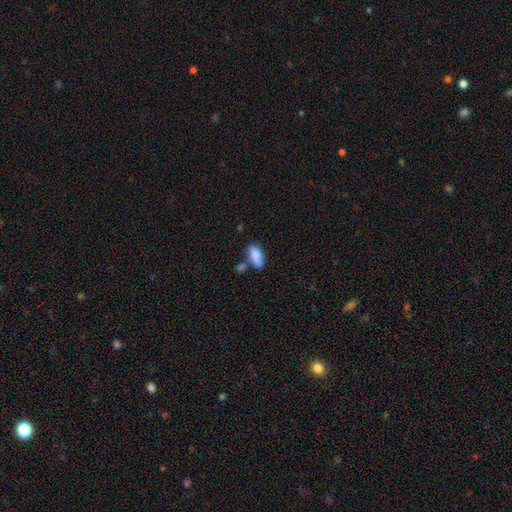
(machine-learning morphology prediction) A smooth galaxy with no disk features (84%) that is in between round and cigar-shaped (87%).

Vote fractions:
- Smooth or featured? smooth: 84% / featured or disk: 9% / star or artifact: 7%
- How rounded? in between: 87% / cigar-shaped: 10% / round: 3%
- Merging? none: 51% / minor disturbance: 22% / merger: 20% / major disturbance: 7%